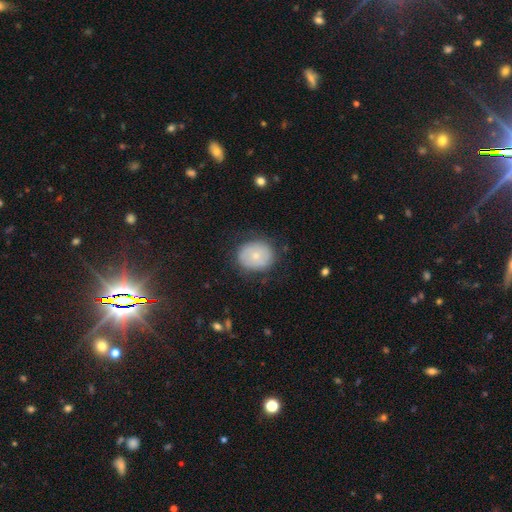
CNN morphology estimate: Overall: smooth (65%; featured or disk 28%). How rounded: round (66%; in between 33%). Merging: none (75%).